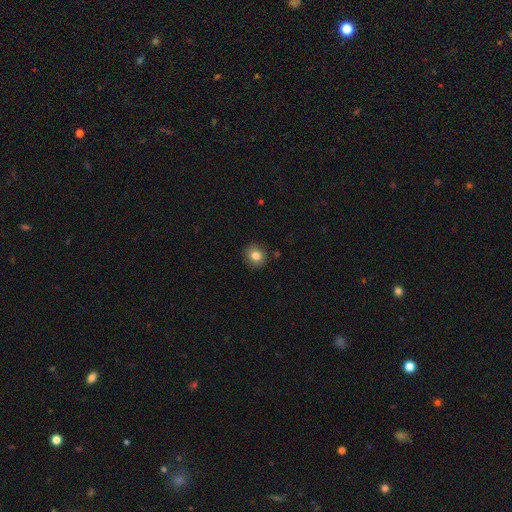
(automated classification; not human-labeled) Q: Smooth or featured?
A: smooth (82%); runner-up: star or artifact (11%)
Q: How rounded?
A: round (84%); runner-up: in between (16%)
Q: Merging?
A: none (89%); runner-up: minor disturbance (8%)